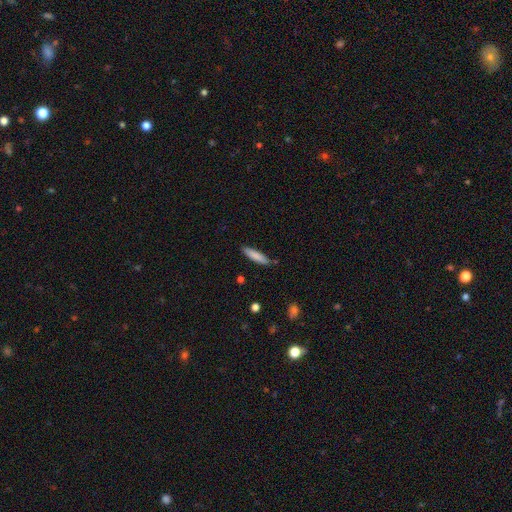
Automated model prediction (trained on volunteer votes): Smooth or featured? smooth (82%)
How rounded? cigar-shaped (83%)
Merging? none (82%)